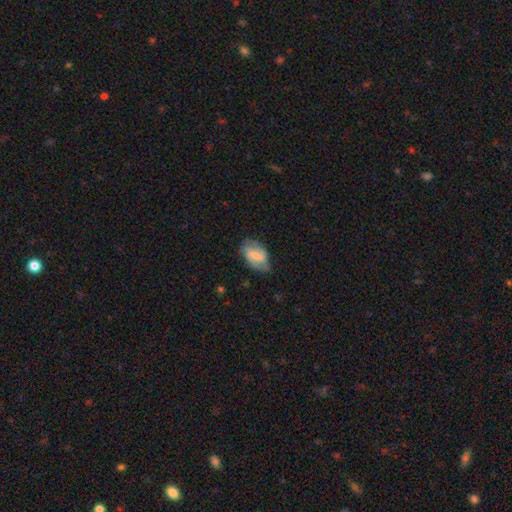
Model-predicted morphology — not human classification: This appears to be a smooth galaxy with no disk features (49%). Merging: none (60%).